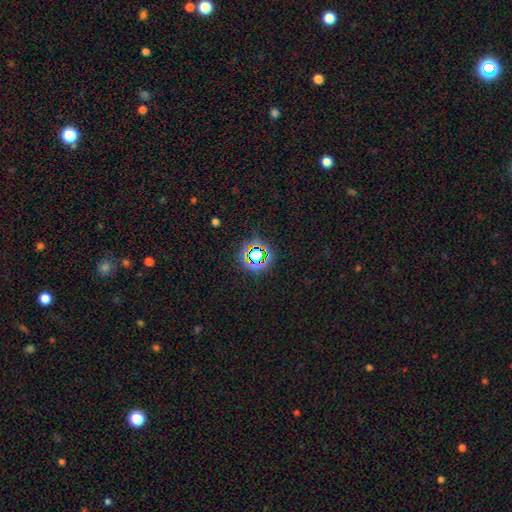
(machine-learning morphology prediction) Smooth or featured? star or artifact (66%)